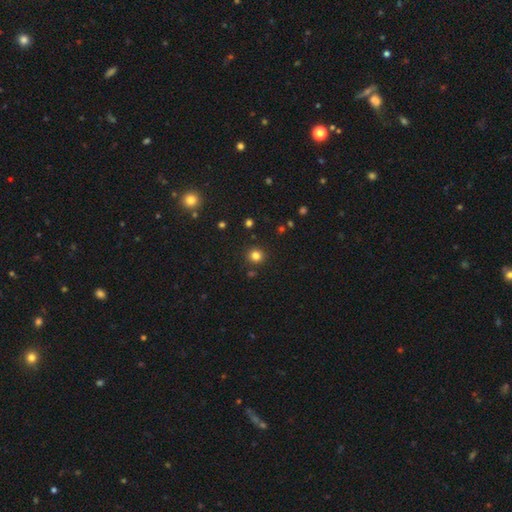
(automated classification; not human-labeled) Smooth or featured? smooth (81%)
How rounded? round (92%)
Merging? none (89%)